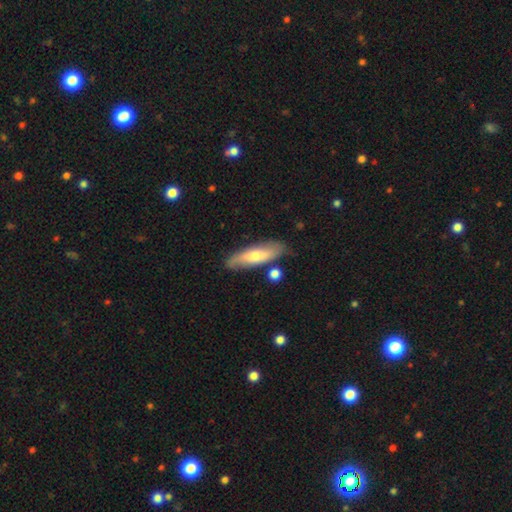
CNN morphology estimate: smooth 53%, featured or disk 41%, star or artifact 6%. Down the decision tree: how rounded — cigar-shaped (59%); merging — none (80%).